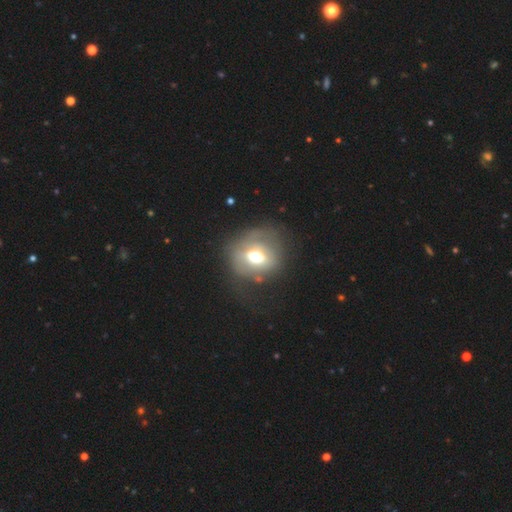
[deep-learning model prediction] Smooth or featured? smooth (51%)
How rounded? round (67%)
Merging? none (54%)